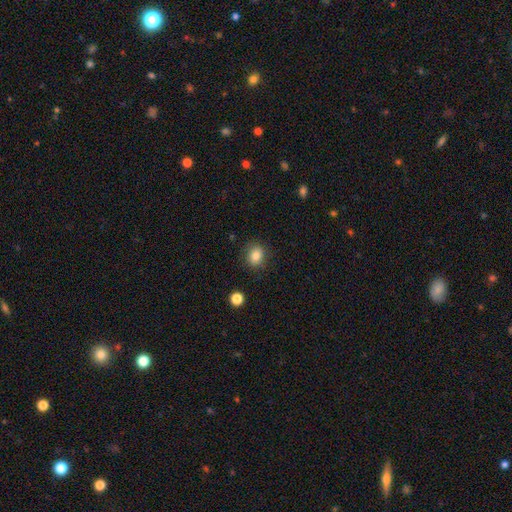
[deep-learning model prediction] Smooth or featured? Predicted: smooth (p=0.84). How rounded? Predicted: round (p=0.61). Merging? Predicted: none (p=0.85).